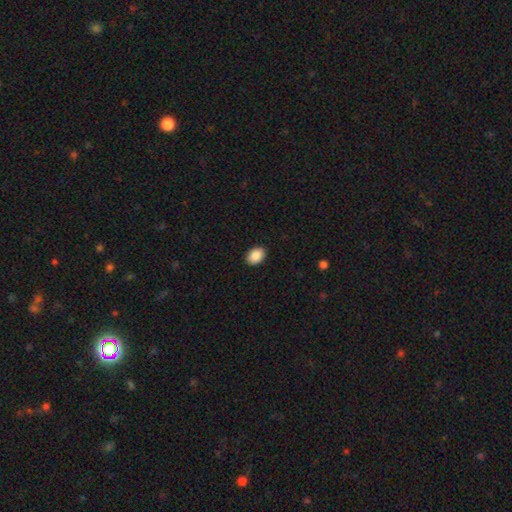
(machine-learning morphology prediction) Smooth or featured?
  - smooth: 90% *
  - star or artifact: 7%
  - featured or disk: 3%
How rounded?
  - in between: 80% *
  - round: 19%
  - cigar-shaped: 1%
Merging?
  - none: 91% *
  - minor disturbance: 7%
  - major disturbance: 2%
  - merger: 1%